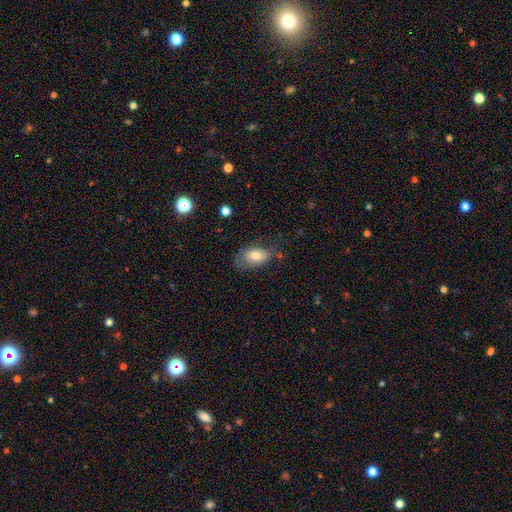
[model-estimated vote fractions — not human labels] Smooth or featured? Predicted: smooth (p=0.72). How rounded? Predicted: in between (p=0.90). Merging? Predicted: none (p=0.56).